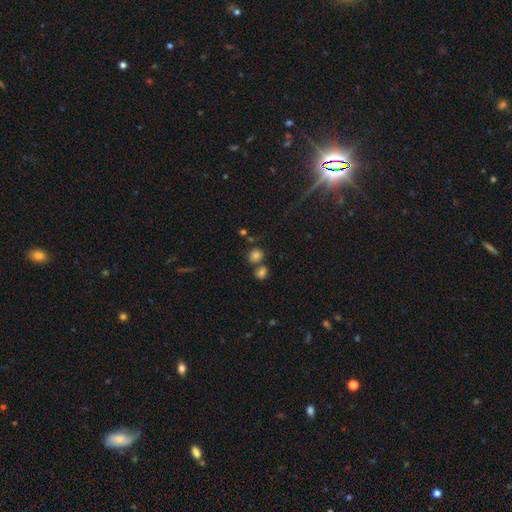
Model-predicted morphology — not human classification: Smooth or featured? smooth (80%)
How rounded? round (73%)
Merging? none (55%)